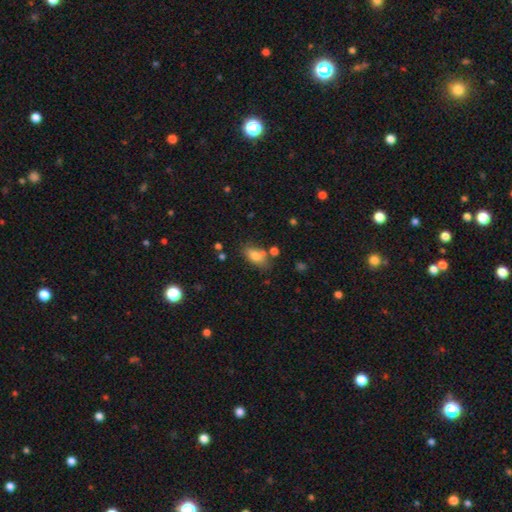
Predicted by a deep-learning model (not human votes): The model was most divided on "merging": none: 63%, minor disturbance: 17%, merger: 15%, major disturbance: 5%. More confident: how rounded — in between (85%); smooth or featured — smooth (75%).